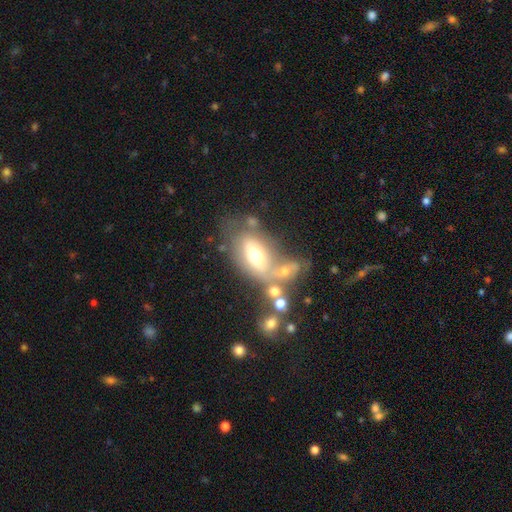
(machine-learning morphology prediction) smooth 53%, featured or disk 35%, star or artifact 12%. Down the decision tree: how rounded — in between (85%); merging — merger (40%).